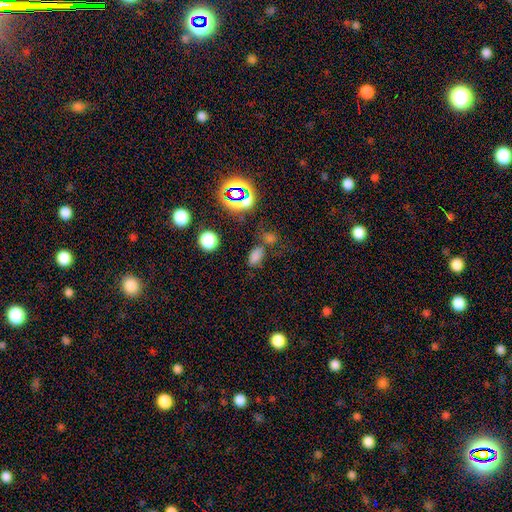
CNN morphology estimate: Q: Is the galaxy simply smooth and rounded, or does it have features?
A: smooth — 66%.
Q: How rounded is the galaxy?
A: in between — 86%.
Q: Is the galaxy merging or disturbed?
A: none — 64%.